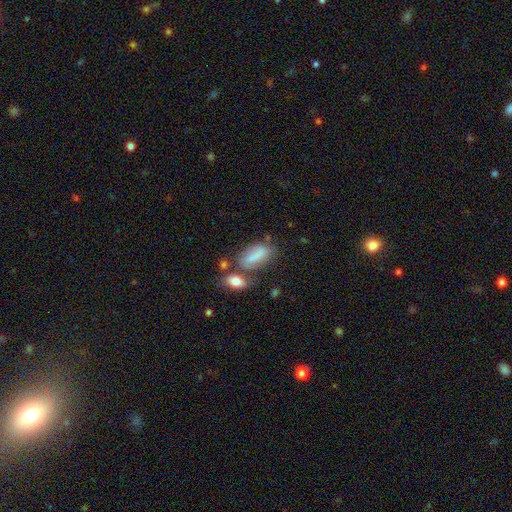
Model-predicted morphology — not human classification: smooth_or_featured: smooth (p=0.75) [alt: featured or disk p=0.16]
how_rounded: in between (p=0.83) [alt: cigar-shaped p=0.12]
merging: none (p=0.46) [alt: minor disturbance p=0.22]